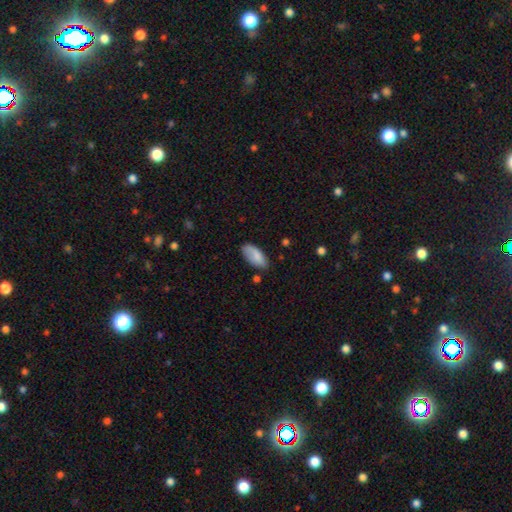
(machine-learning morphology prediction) Overall: smooth (81%). How rounded: in between (93%). Merging: none (69%).